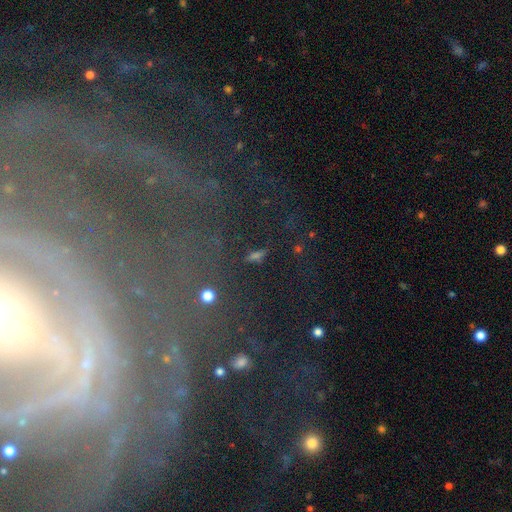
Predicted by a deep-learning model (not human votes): Q: Smooth or featured?
A: star or artifact (48%); runner-up: featured or disk (31%)